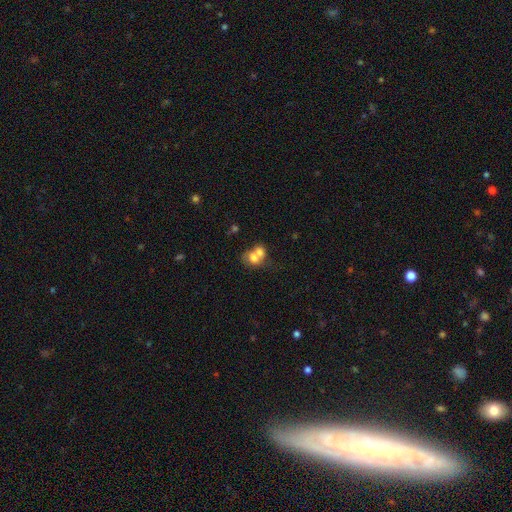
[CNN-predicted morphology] smooth-or-featured: smooth: 69% | featured or disk: 22% | star or artifact: 10%
  how-rounded: round: 52% | in between: 47% | cigar-shaped: 1%
  merging: merger: 69% | none: 20% | minor disturbance: 6% | major disturbance: 4%